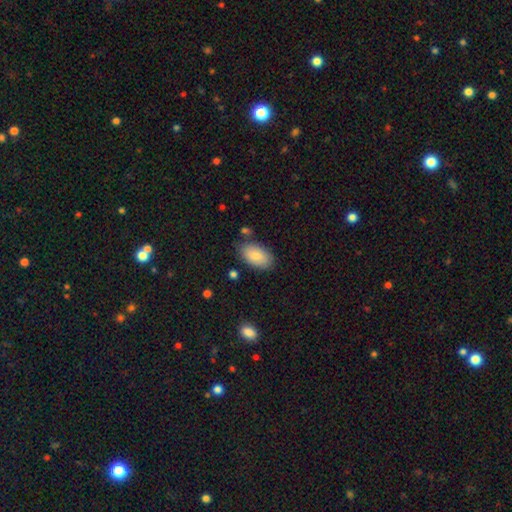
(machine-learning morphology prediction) This appears to be a smooth galaxy with no disk features (84%) that is in between round and cigar-shaped (94%). Merging: none (81%).